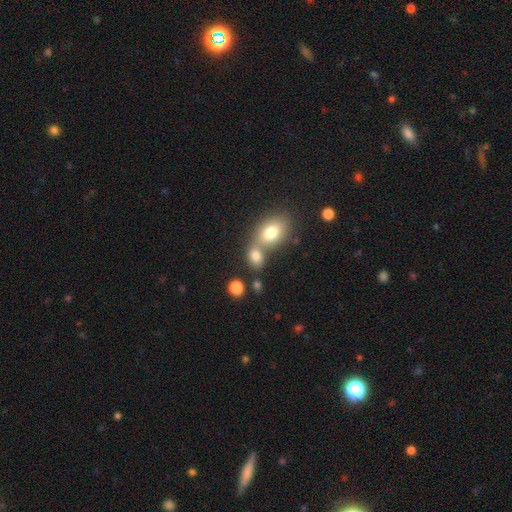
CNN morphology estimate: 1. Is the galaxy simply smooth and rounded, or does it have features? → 79% smooth, 11% star or artifact, 10% featured or disk.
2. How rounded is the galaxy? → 66% in between, 32% round, 2% cigar-shaped.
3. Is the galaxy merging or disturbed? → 49% merger, 38% none, 9% minor disturbance, 4% major disturbance.